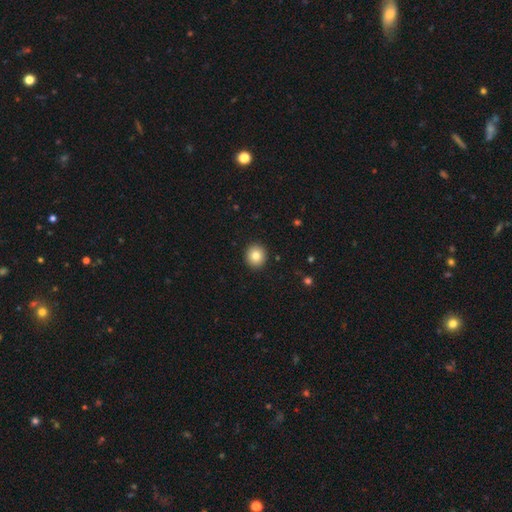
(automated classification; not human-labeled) Morphology: type=smooth (82%); roundness=round (88%); merging=none (92%).